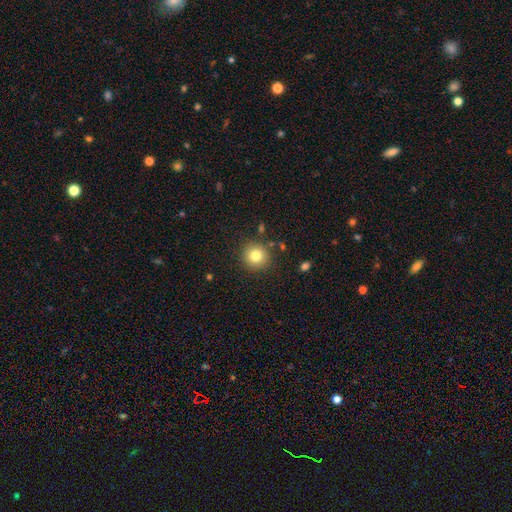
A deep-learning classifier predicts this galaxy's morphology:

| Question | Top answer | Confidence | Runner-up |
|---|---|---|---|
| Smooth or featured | smooth | 81% | star or artifact (11%) |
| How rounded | round | 93% | in between (6%) |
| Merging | none | 87% | minor disturbance (8%) |